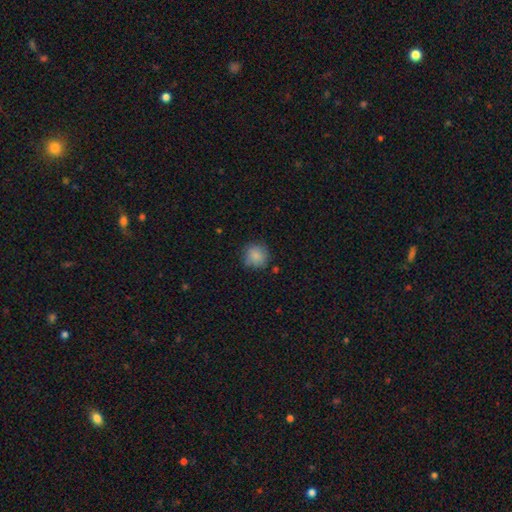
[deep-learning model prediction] This appears to be a smooth galaxy with no disk features (85%) that is round (89%). Merging: none (77%).